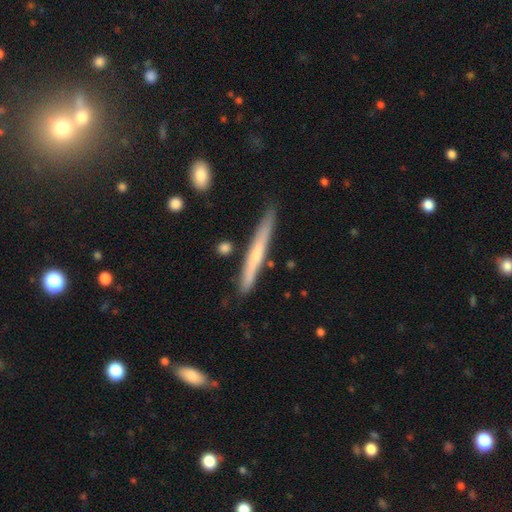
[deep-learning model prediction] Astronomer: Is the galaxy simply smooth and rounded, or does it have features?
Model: featured or disk — 49% (runner-up: smooth, 45%).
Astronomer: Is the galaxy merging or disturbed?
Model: none — 84%.